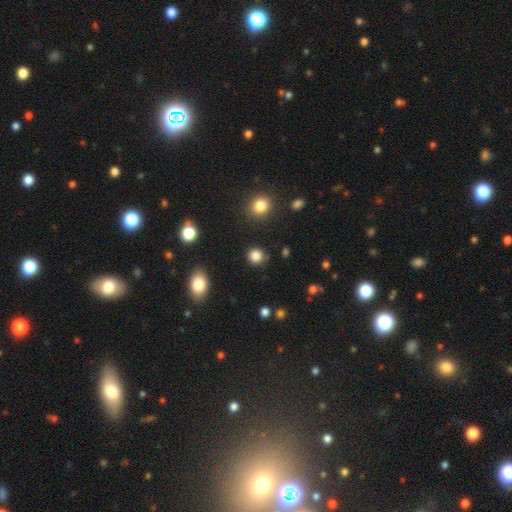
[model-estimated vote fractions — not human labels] smooth-or-featured: smooth: 84% | star or artifact: 12% | featured or disk: 4%
  how-rounded: round: 91% | in between: 8% | cigar-shaped: 1%
  merging: none: 88% | minor disturbance: 7% | major disturbance: 3% | merger: 2%